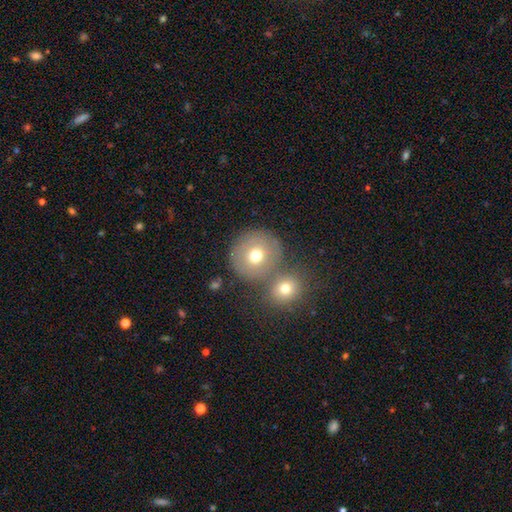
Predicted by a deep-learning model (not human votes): Smooth or featured? Predicted: smooth (p=0.69). How rounded? Predicted: round (p=0.91). Merging? Predicted: none (p=0.60).